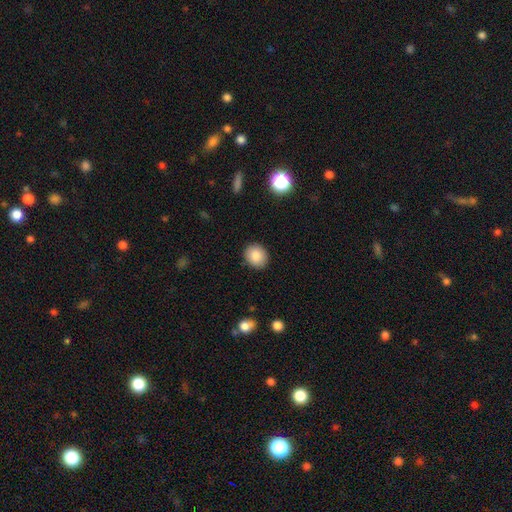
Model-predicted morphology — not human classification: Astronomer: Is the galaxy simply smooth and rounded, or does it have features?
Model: smooth — 85%.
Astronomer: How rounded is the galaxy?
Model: round — 73%.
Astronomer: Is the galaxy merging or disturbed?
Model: none — 89%.